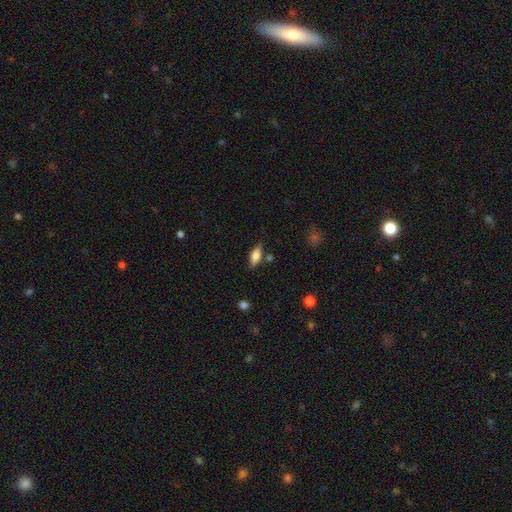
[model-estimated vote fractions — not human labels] smooth_or_featured: smooth (p=0.72) [alt: featured or disk p=0.21]
how_rounded: in between (p=0.73) [alt: cigar-shaped p=0.25]
merging: none (p=0.79) [alt: minor disturbance p=0.14]